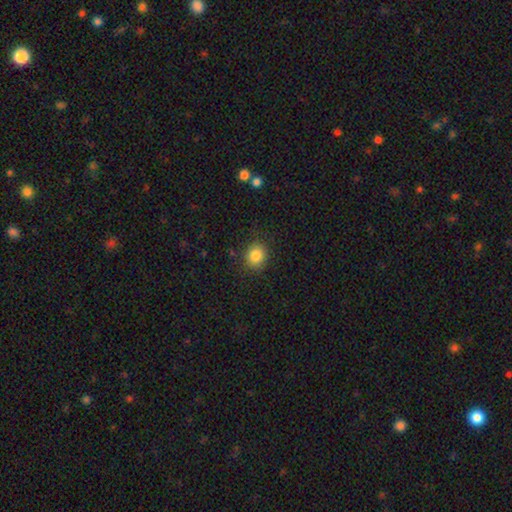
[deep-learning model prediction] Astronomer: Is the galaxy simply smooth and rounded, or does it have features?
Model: smooth — 84%.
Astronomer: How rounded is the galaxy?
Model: round — 71%.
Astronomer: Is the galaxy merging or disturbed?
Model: none — 85%.